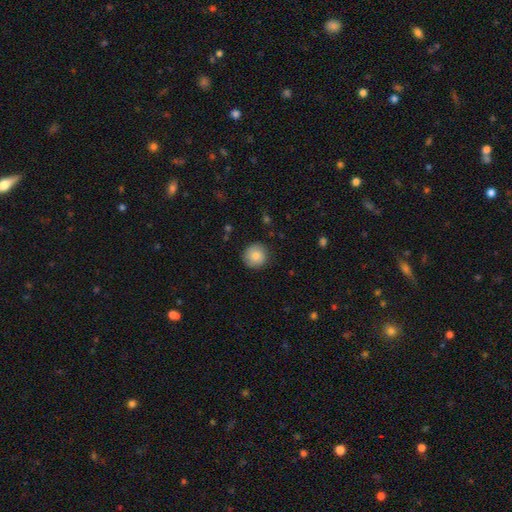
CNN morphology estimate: This is clearly a smooth galaxy (85%). How rounded: clearly round (94%). Merging: clearly none (87%).